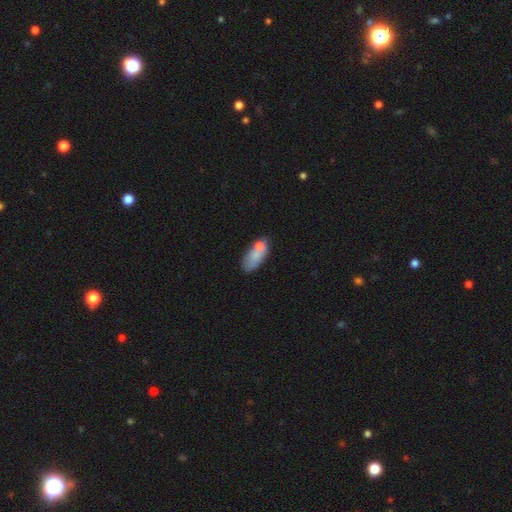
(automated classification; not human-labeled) Smooth or featured? smooth (72%)
How rounded? in between (80%)
Merging? none (47%)